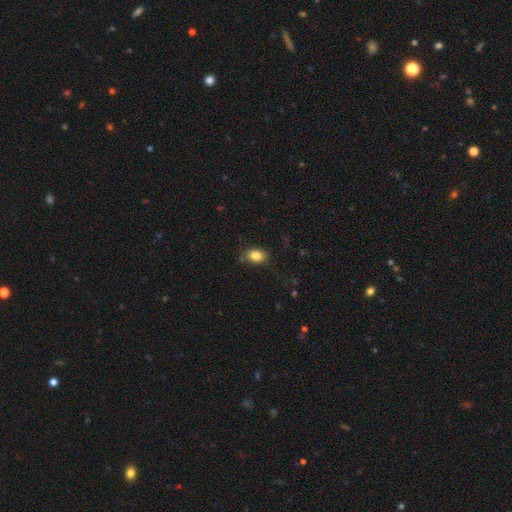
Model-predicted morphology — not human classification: The model was most divided on "how rounded": in between: 79%, round: 19%, cigar-shaped: 2%. More confident: smooth or featured — smooth (85%); merging — none (78%).